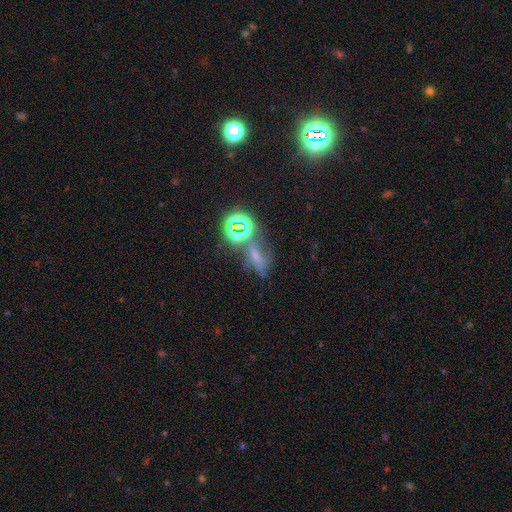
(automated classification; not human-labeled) The model was most divided on "smooth or featured": star or artifact: 47%, smooth: 28%, featured or disk: 25%.